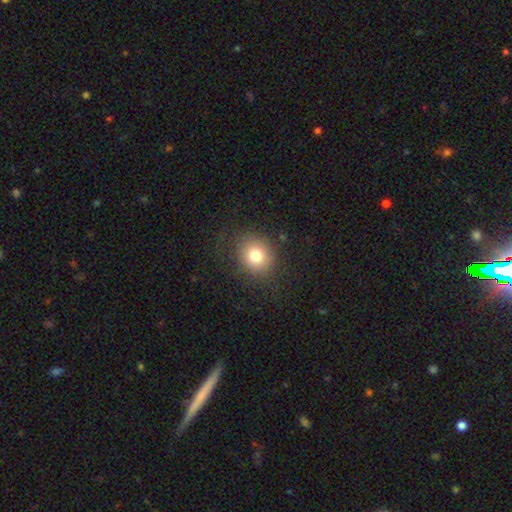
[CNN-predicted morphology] This appears to be a smooth galaxy with no disk features (78%) that is round (77%). Merging: none (83%).